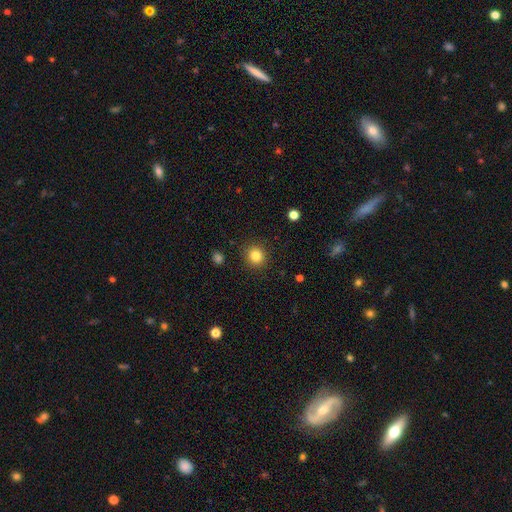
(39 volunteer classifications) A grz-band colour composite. It shows a smooth galaxy with no disk features (82%) that is round (97%). Merging: none (89%).